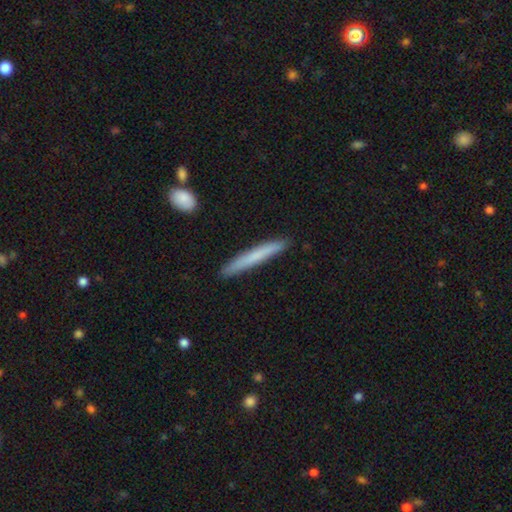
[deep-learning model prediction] smooth-or-featured: smooth: 70% | featured or disk: 25% | star or artifact: 5%
  how-rounded: cigar-shaped: 97% | in between: 2% | round: 1%
  merging: none: 89% | minor disturbance: 8% | major disturbance: 2% | merger: 1%